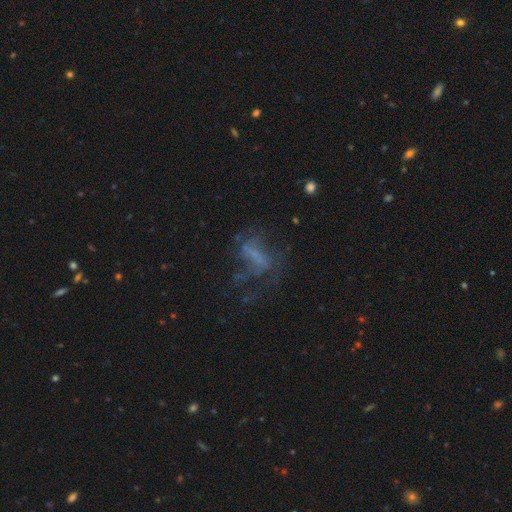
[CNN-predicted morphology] Overall: featured or disk (55%; smooth 24%). Edge-on disk: no (94%). Bar: no (48%; weak 32%). Spiral arms: no (52%; yes 48%). Bulge size: none (58%; small 24%). Merging: none (41%; major disturbance 38%).